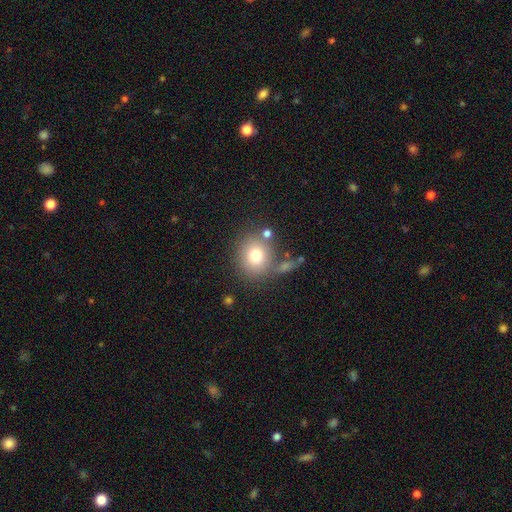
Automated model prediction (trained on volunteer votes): smooth_or_featured: smooth (p=0.76) [alt: featured or disk p=0.13]
how_rounded: round (p=0.81) [alt: in between p=0.18]
merging: none (p=0.69) [alt: minor disturbance p=0.13]